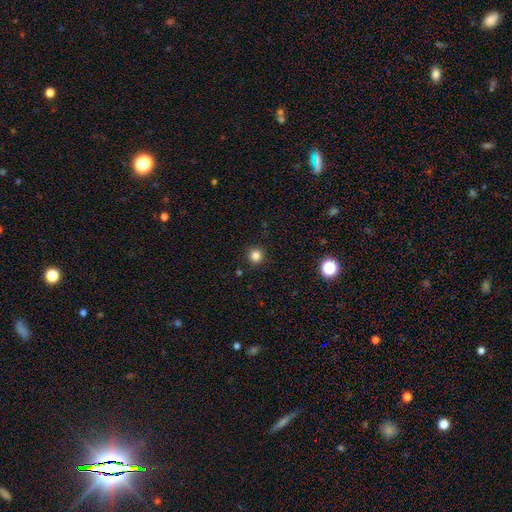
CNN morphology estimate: The model was most divided on "smooth or featured": smooth: 83%, star or artifact: 13%, featured or disk: 4%. More confident: how rounded — round (95%); merging — none (92%).